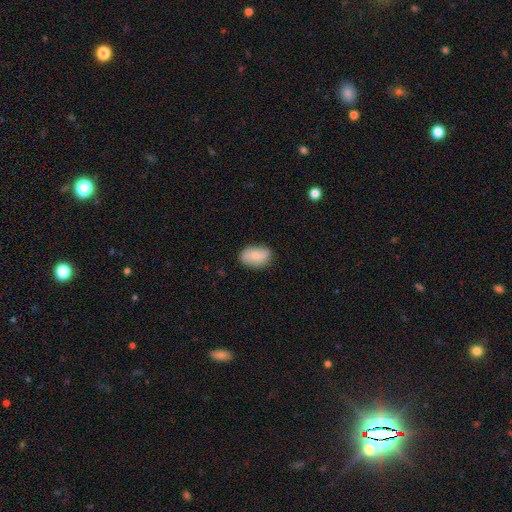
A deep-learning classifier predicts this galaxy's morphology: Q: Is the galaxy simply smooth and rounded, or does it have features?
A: smooth — 73%.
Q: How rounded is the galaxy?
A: in between — 89%.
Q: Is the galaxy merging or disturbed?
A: none — 81%.